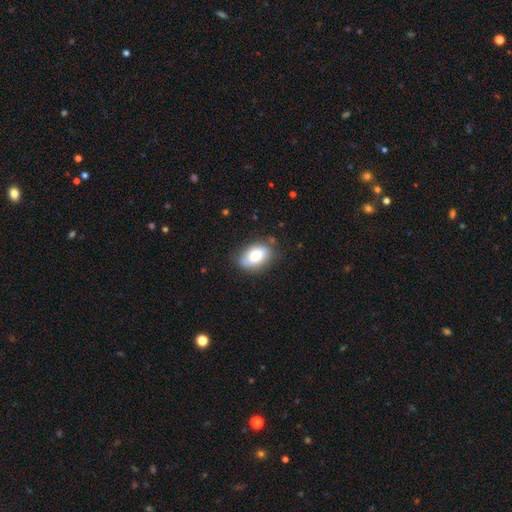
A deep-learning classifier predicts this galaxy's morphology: This appears to be a smooth galaxy with no disk features (80%) that is in between round and cigar-shaped (90%). Merging: none (77%).